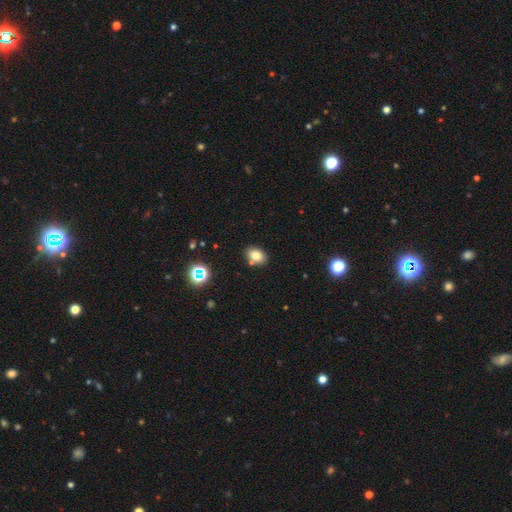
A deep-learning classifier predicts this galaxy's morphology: type=smooth (77%); roundness=in between (74%); merging=none (78%).